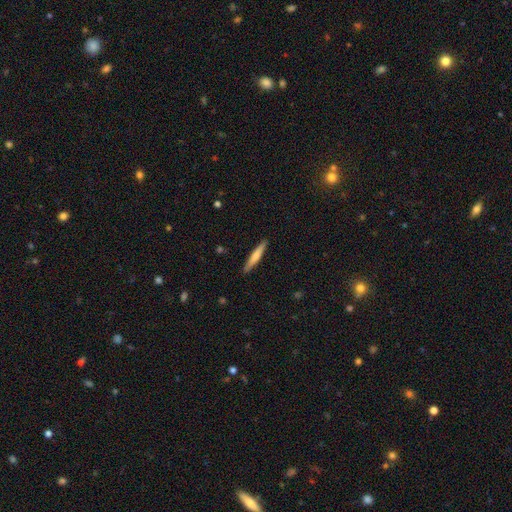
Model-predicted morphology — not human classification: A smooth galaxy with no disk features (66%) that is cigar-shaped (94%).

Vote fractions:
- Smooth or featured? smooth: 66% / featured or disk: 29% / star or artifact: 5%
- How rounded? cigar-shaped: 94% / in between: 5% / round: 1%
- Merging? none: 91% / minor disturbance: 7% / major disturbance: 1% / merger: 1%